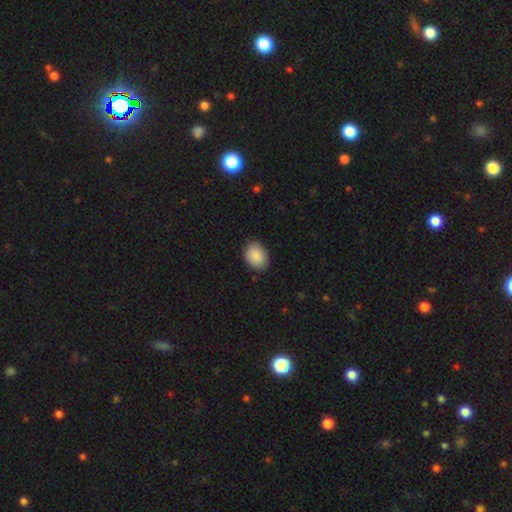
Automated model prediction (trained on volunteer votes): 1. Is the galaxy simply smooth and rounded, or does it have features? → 90% smooth, 7% star or artifact, 4% featured or disk.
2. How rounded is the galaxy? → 72% in between, 27% round, 1% cigar-shaped.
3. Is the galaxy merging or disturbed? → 86% none, 11% minor disturbance, 2% major disturbance, 1% merger.